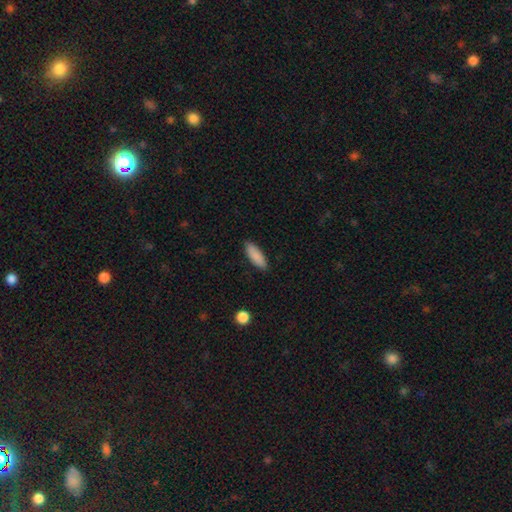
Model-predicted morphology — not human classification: Smooth or featured: smooth — 88% (star or artifact — 6%)
How rounded: in between — 65% (cigar-shaped — 34%)
Merging: none — 87% (minor disturbance — 10%)